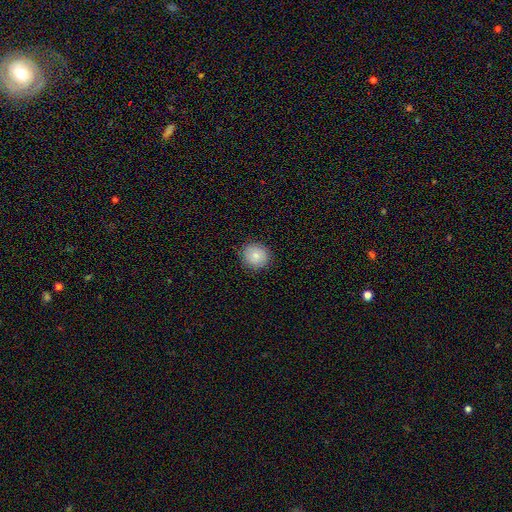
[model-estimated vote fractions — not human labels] smooth_or_featured: smooth (p=0.80) [alt: featured or disk p=0.12]
how_rounded: round (p=0.89) [alt: in between p=0.10]
merging: none (p=0.87) [alt: minor disturbance p=0.10]